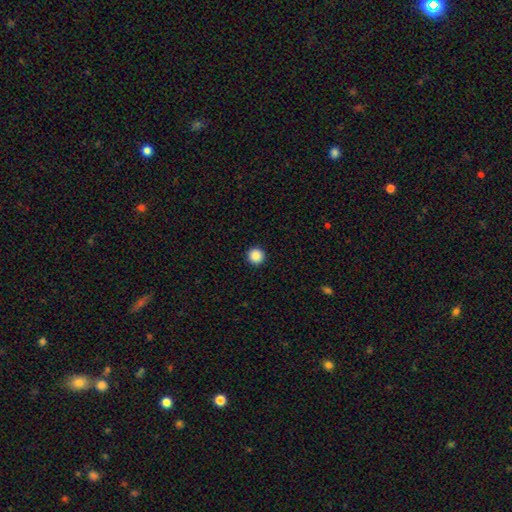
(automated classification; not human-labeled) smooth_or_featured: smooth (p=0.88) [alt: star or artifact p=0.09]
how_rounded: round (p=0.97) [alt: in between p=0.02]
merging: none (p=0.94) [alt: minor disturbance p=0.04]